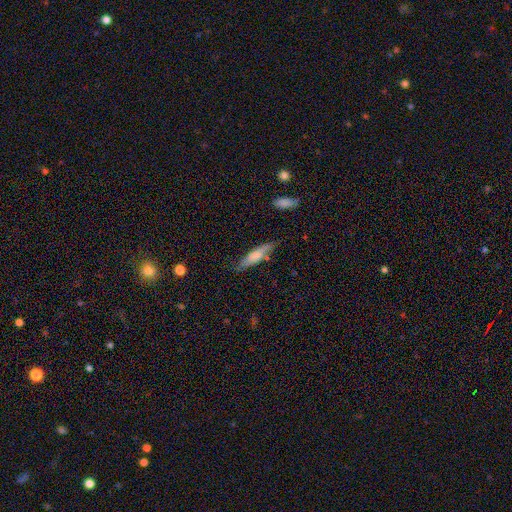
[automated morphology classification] smooth_or_featured: smooth (p=0.66) [alt: featured or disk p=0.28]
how_rounded: cigar-shaped (p=0.69) [alt: in between p=0.29]
merging: none (p=0.68) [alt: minor disturbance p=0.23]